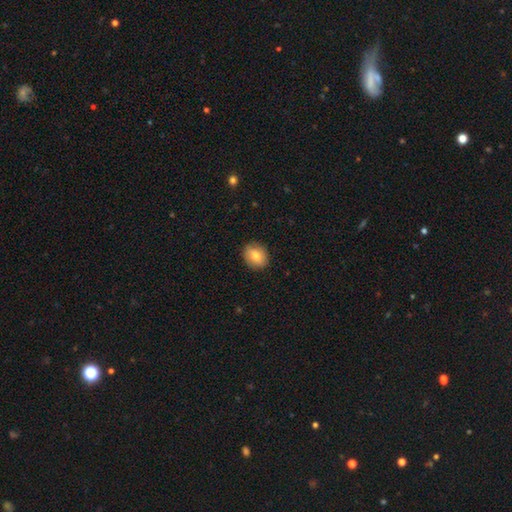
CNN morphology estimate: The model was most divided on "how rounded": round: 52%, in between: 47%, cigar-shaped: 1%. More confident: merging — none (87%); smooth or featured — smooth (78%).